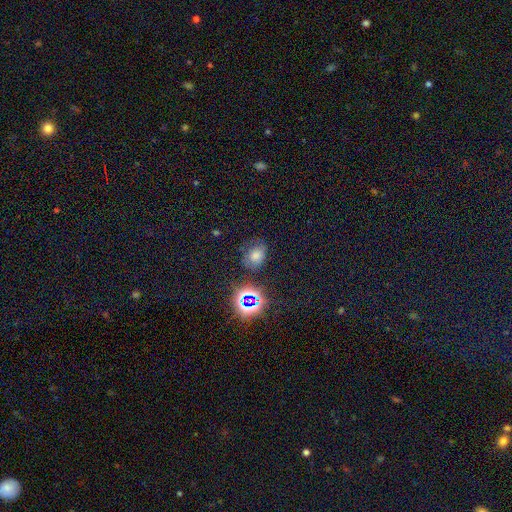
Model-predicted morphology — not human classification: Overall: smooth (55%; star or artifact 32%). How rounded: in between (52%; round 47%). Merging: none (68%).